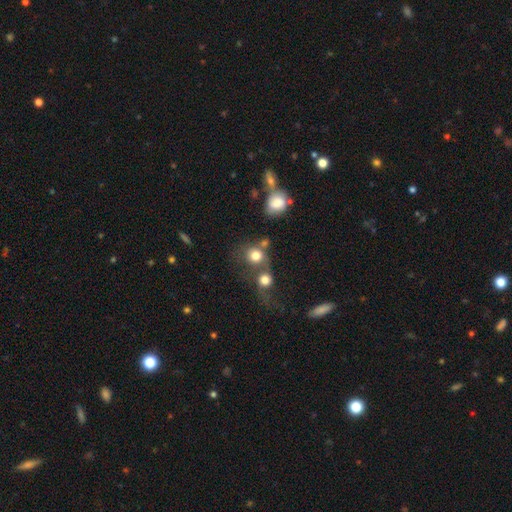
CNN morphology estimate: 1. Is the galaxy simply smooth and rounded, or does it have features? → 77% smooth, 12% featured or disk, 11% star or artifact.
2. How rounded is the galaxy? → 81% round, 17% in between, 1% cigar-shaped.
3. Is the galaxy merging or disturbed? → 46% merger, 34% none, 10% major disturbance, 9% minor disturbance.